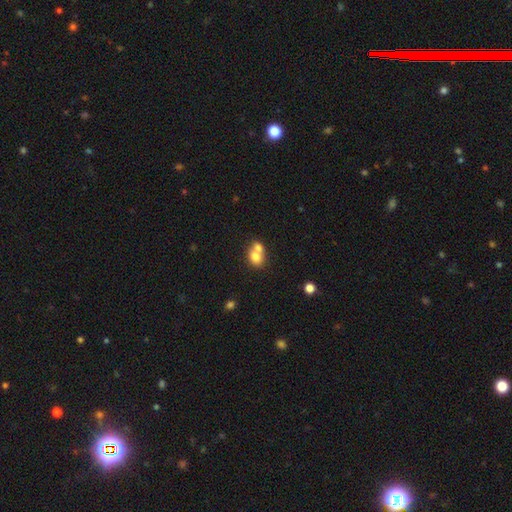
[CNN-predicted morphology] The model was most divided on "how rounded": in between: 50%, round: 49%, cigar-shaped: 1%. More confident: smooth or featured — smooth (75%); merging — merger (64%).